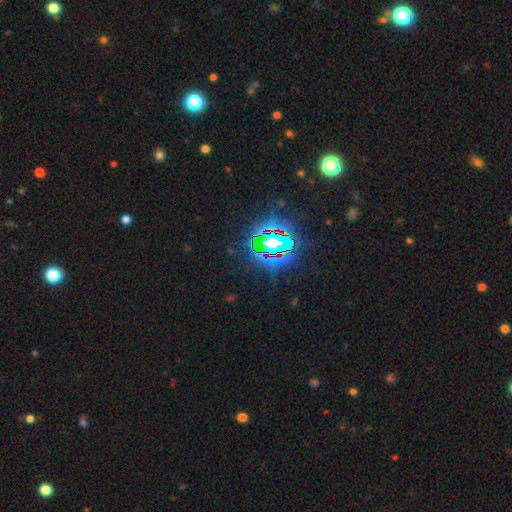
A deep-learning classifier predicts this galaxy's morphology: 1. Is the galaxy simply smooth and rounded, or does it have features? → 82% star or artifact, 11% smooth, 7% featured or disk.